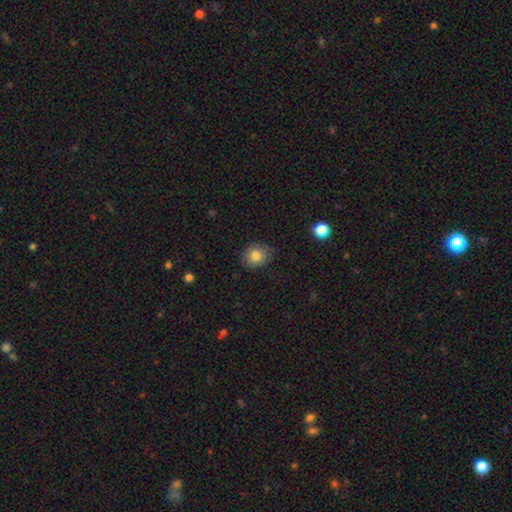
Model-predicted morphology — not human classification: This appears to be a smooth galaxy with no disk features (82%) that is round (65%). Merging: none (79%).